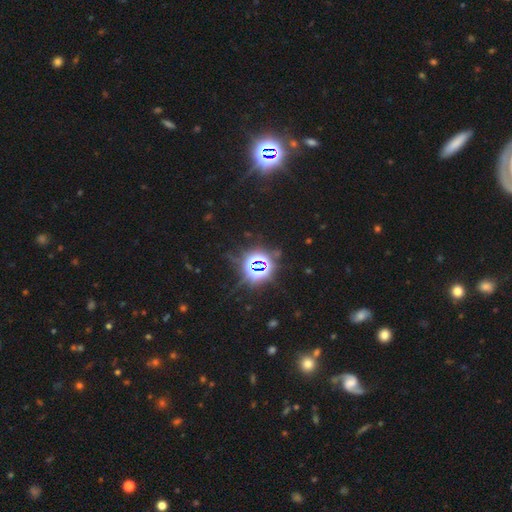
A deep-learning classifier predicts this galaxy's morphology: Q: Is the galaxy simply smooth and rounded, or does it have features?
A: star or artifact — 81%.